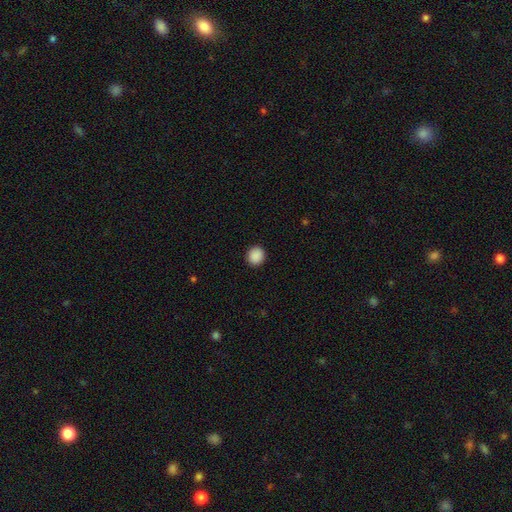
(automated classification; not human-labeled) The model was most divided on "how rounded": round: 90%, in between: 9%, cigar-shaped: 1%. More confident: merging — none (92%); smooth or featured — smooth (90%).